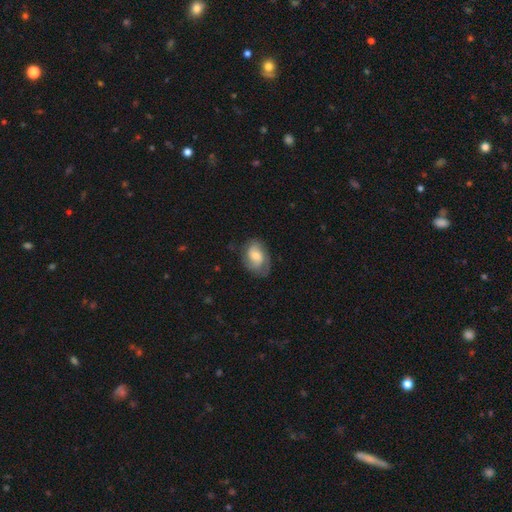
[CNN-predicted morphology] Q: Smooth or featured?
A: featured or disk (53%); runner-up: smooth (40%)
Q: Edge-on disk?
A: no (96%); runner-up: yes (4%)
Q: Bar?
A: no (58%); runner-up: weak (35%)
Q: Spiral arms?
A: yes (84%); runner-up: no (16%)
Q: Bulge size?
A: moderate (54%); runner-up: small (34%)
Q: Merging?
A: none (61%); runner-up: minor disturbance (26%)